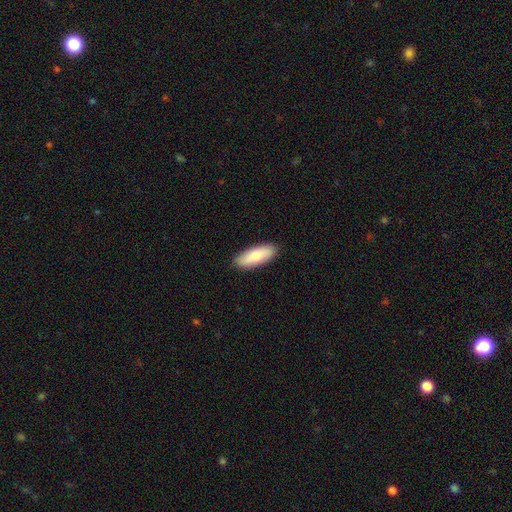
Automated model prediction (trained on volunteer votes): Smooth or featured?
  - smooth: 78% *
  - featured or disk: 17%
  - star or artifact: 5%
How rounded?
  - in between: 66% *
  - cigar-shaped: 32%
  - round: 2%
Merging?
  - none: 89% *
  - minor disturbance: 8%
  - major disturbance: 2%
  - merger: 1%